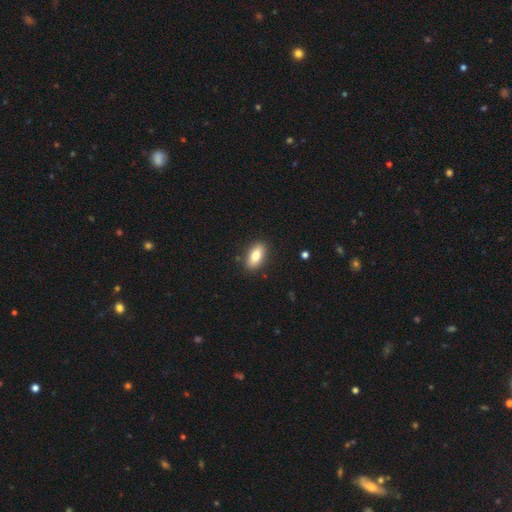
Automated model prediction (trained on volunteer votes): A smooth galaxy with no disk features (80%) that is in between round and cigar-shaped (88%). Merging: none (88%).